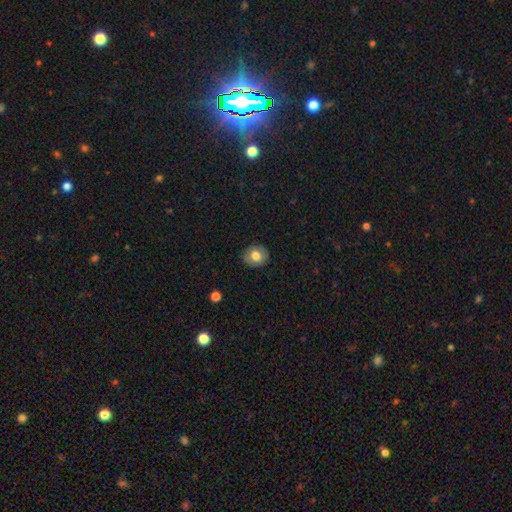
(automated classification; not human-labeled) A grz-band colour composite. It shows a smooth galaxy with no disk features (74%) that is round (78%). Merging: none (87%).